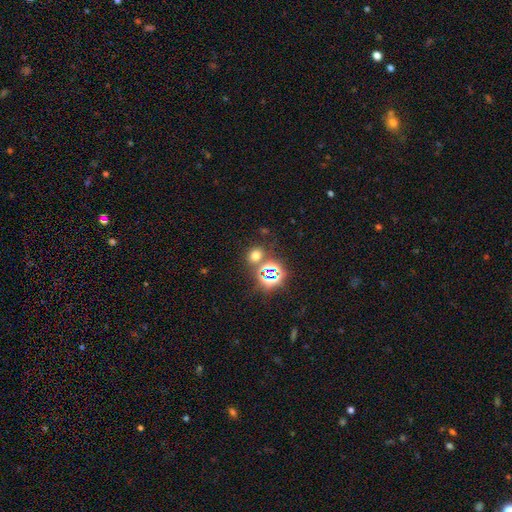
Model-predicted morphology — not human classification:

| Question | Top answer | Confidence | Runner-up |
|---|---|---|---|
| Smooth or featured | smooth | 56% | star or artifact (37%) |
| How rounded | round | 69% | in between (30%) |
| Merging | none | 74% | merger (13%) |